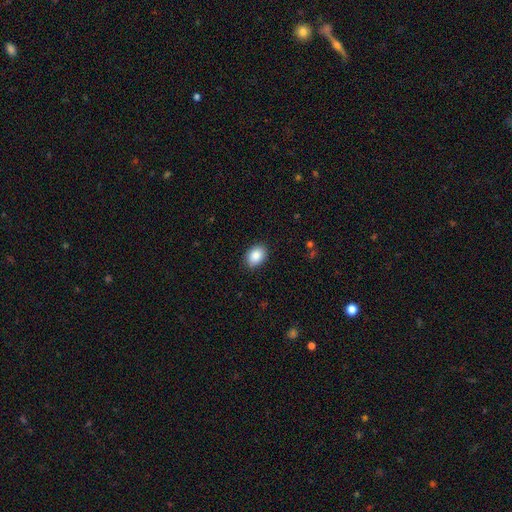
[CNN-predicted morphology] Smooth or featured: smooth — 88% (star or artifact — 7%)
How rounded: in between — 76% (round — 23%)
Merging: none — 87% (minor disturbance — 9%)